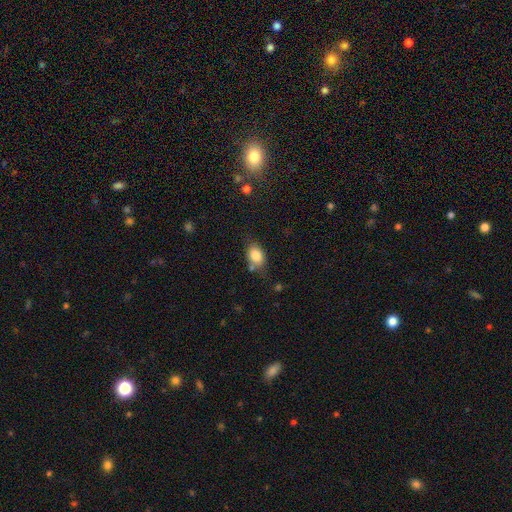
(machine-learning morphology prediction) smooth_or_featured: smooth (p=0.84) [alt: featured or disk p=0.08]
how_rounded: in between (p=0.79) [alt: round p=0.19]
merging: none (p=0.68) [alt: minor disturbance p=0.19]